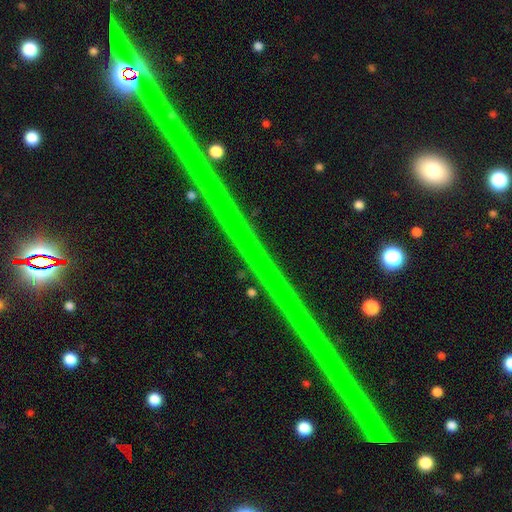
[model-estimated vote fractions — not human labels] Smooth or featured: star or artifact — 82% (featured or disk — 13%)